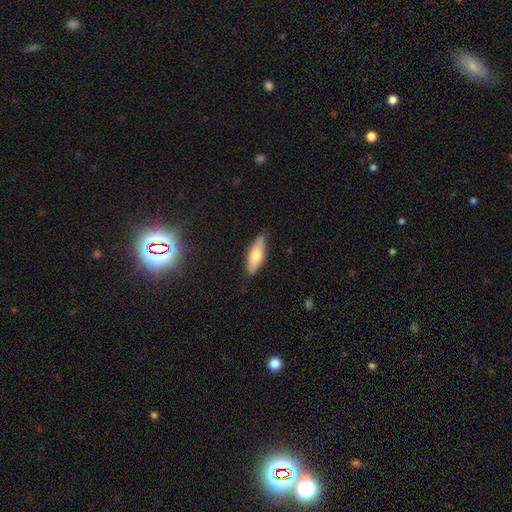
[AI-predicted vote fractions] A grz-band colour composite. It shows a smooth galaxy with no disk features (66%) that is in between round and cigar-shaped (59%). Merging: none (85%).